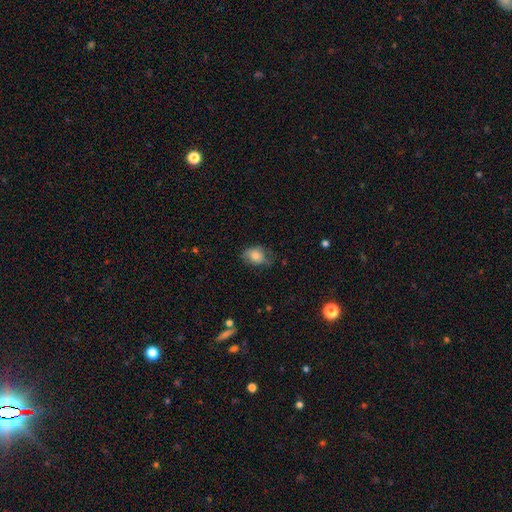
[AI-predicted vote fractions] Smooth or featured? Predicted: smooth (p=0.75). How rounded? Predicted: in between (p=0.63). Merging? Predicted: none (p=0.50).